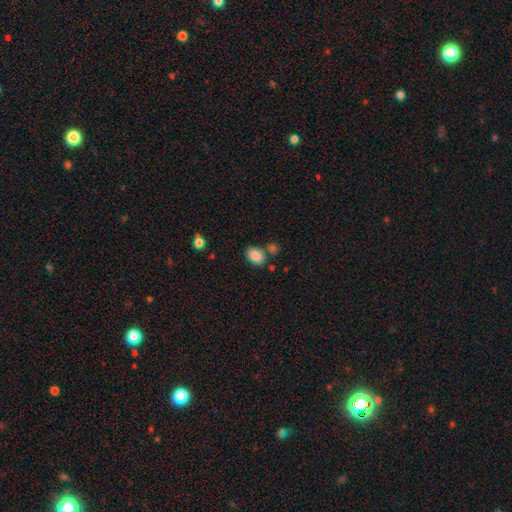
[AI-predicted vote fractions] Smooth or featured: smooth — 87% (star or artifact — 8%)
How rounded: in between — 79% (round — 20%)
Merging: none — 70% (merger — 13%)